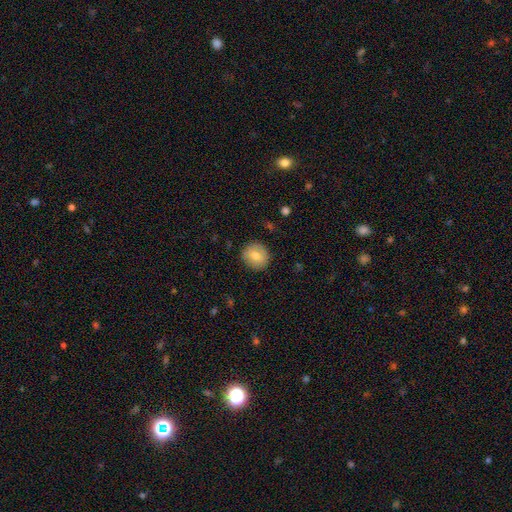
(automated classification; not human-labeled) A smooth galaxy with no disk features (75%) that is round (87%). Merging: none (89%).